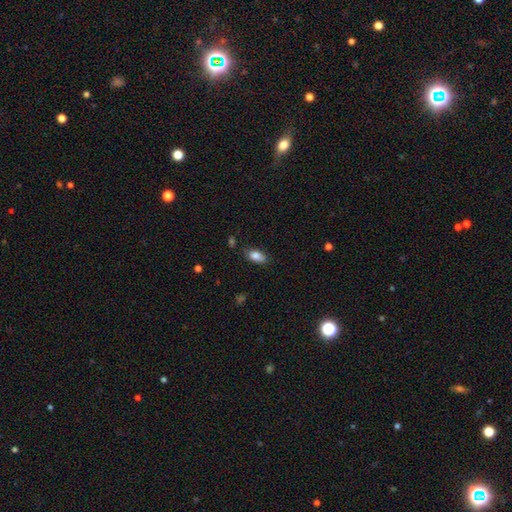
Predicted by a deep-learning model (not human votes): smooth-or-featured: smooth: 85% | star or artifact: 8% | featured or disk: 7%
  how-rounded: in between: 90% | cigar-shaped: 5% | round: 5%
  merging: none: 80% | minor disturbance: 14% | major disturbance: 3% | merger: 2%